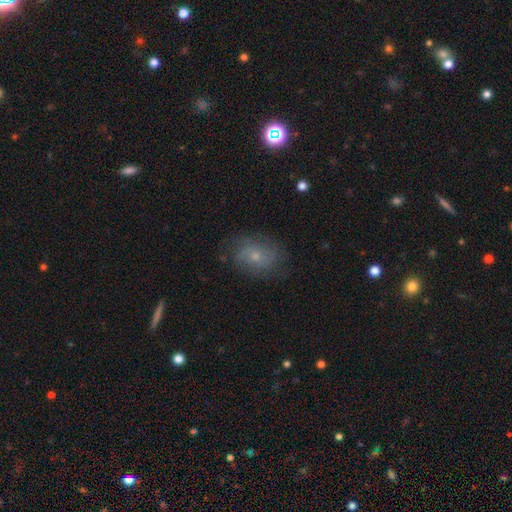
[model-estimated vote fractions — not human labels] Q: Smooth or featured?
A: featured or disk (50%); runner-up: smooth (38%)
Q: Edge-on disk?
A: no (95%); runner-up: yes (5%)
Q: Merging?
A: none (71%); runner-up: minor disturbance (19%)